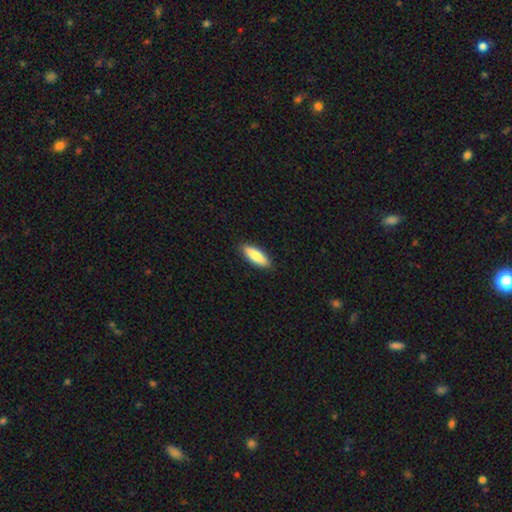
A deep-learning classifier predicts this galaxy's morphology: The model was most divided on "how rounded": in between: 58%, cigar-shaped: 40%, round: 2%. More confident: merging — none (90%); smooth or featured — smooth (81%).